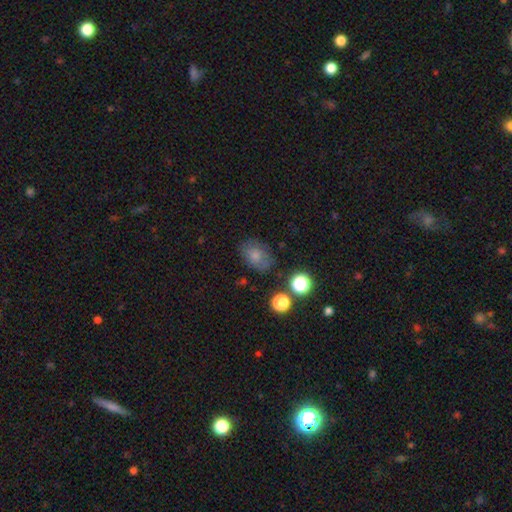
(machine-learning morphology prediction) A smooth galaxy with no disk features (70%) that is in between round and cigar-shaped (70%). Merging: none (68%).